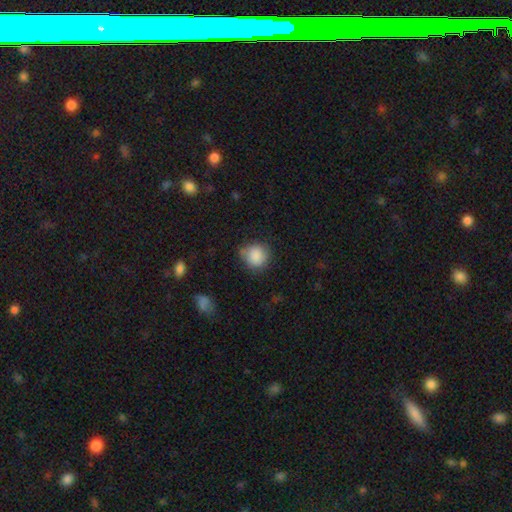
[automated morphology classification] This appears to be a smooth galaxy with no disk features (87%) that is round (87%). Merging: none (71%).